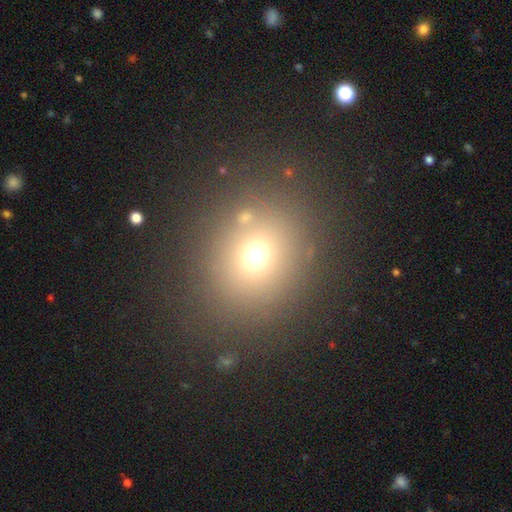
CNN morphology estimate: This is likely a smooth galaxy (67%). How rounded: likely round (76%). Merging: clearly none (82%).